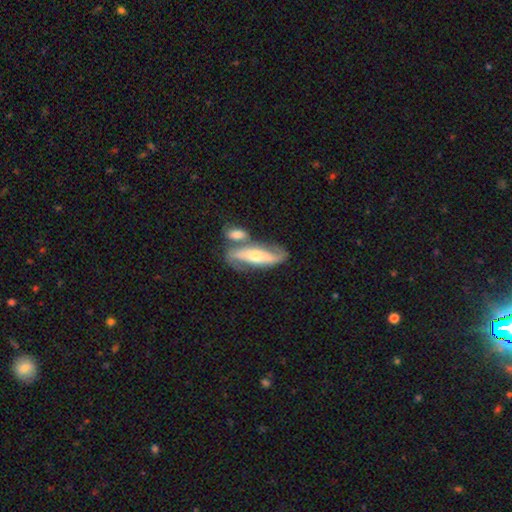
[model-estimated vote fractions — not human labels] Morphology: type=featured or disk (64%); edge-on=no (72%); merging=none (46%).